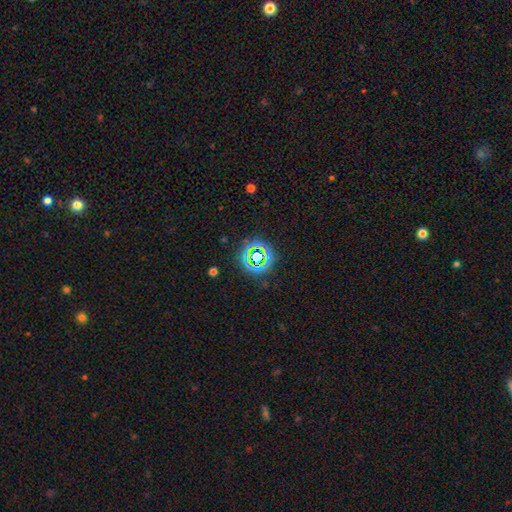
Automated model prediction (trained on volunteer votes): Smooth or featured?
  - star or artifact: 68% *
  - smooth: 20%
  - featured or disk: 12%